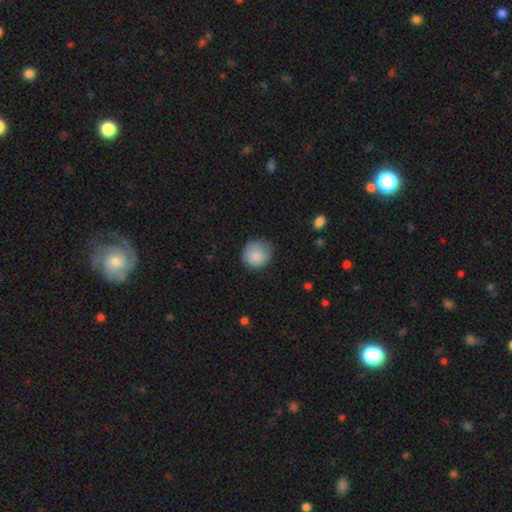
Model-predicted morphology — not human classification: Smooth or featured? Predicted: smooth (p=0.86). How rounded? Predicted: round (p=0.88). Merging? Predicted: none (p=0.72).